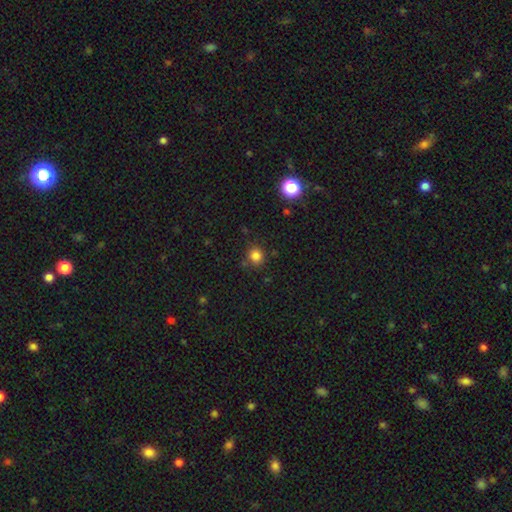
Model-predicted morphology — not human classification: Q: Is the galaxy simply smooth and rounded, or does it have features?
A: smooth — 82%.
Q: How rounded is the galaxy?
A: round — 86%.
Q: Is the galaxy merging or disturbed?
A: none — 83%.